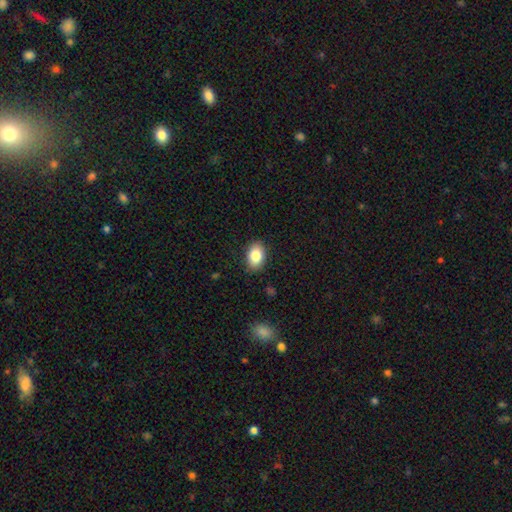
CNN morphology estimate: A smooth galaxy with no disk features (84%) that is in between round and cigar-shaped (84%).

Vote fractions:
- Smooth or featured? smooth: 84% / featured or disk: 8% / star or artifact: 8%
- How rounded? in between: 84% / round: 14% / cigar-shaped: 1%
- Merging? none: 87% / minor disturbance: 10% / major disturbance: 2% / merger: 1%